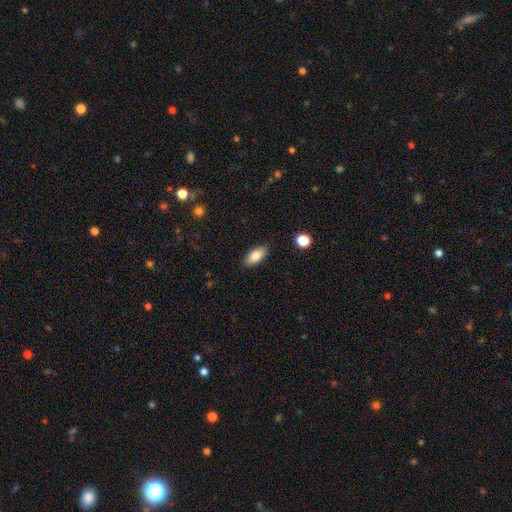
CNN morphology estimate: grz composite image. It shows a smooth galaxy with no disk features (81%) that is in between round and cigar-shaped (86%). Merging: none (88%).